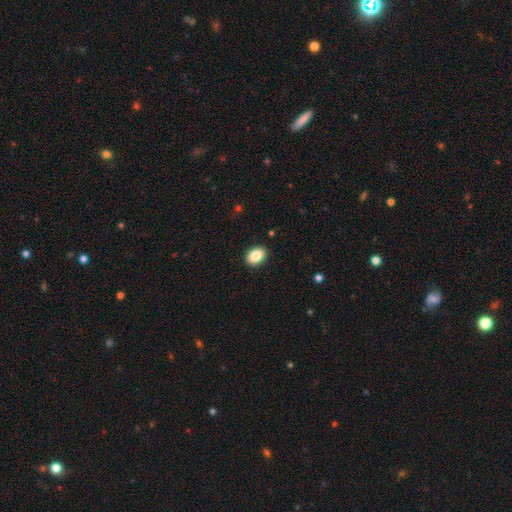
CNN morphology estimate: This appears to be a smooth galaxy with no disk features (86%) that is in between round and cigar-shaped (77%). Merging: none (90%).